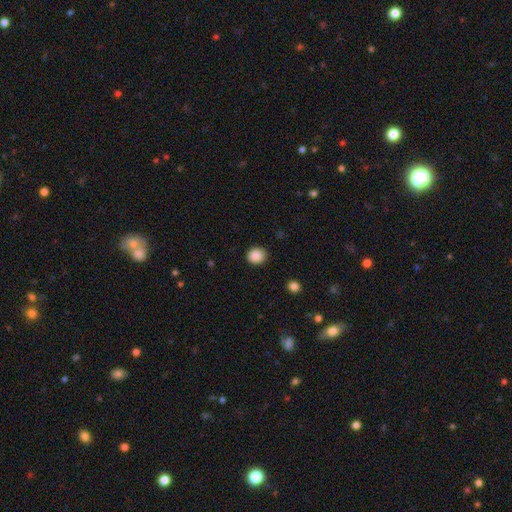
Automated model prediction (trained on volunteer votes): smooth_or_featured: smooth (p=0.88) [alt: star or artifact p=0.09]
how_rounded: round (p=0.82) [alt: in between p=0.18]
merging: none (p=0.88) [alt: minor disturbance p=0.08]